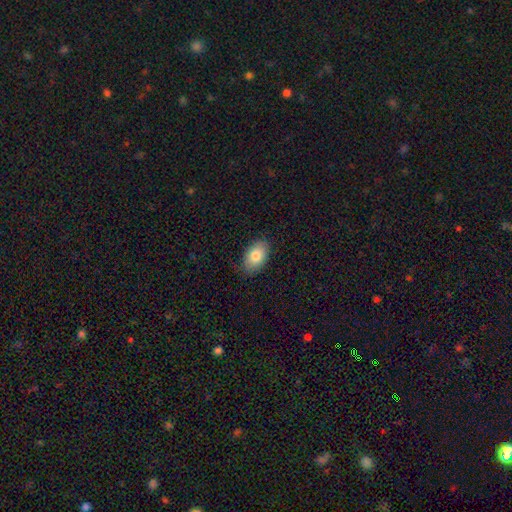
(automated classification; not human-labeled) smooth 81%, featured or disk 12%, star or artifact 7%. Down the decision tree: how rounded — in between (91%); merging — none (84%).